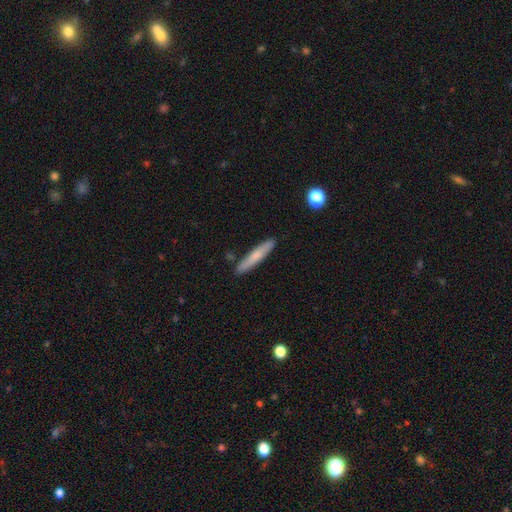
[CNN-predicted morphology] Smooth or featured?
  - smooth: 68% *
  - featured or disk: 26%
  - star or artifact: 6%
How rounded?
  - cigar-shaped: 92% *
  - in between: 6%
  - round: 1%
Merging?
  - none: 87% *
  - minor disturbance: 9%
  - merger: 2%
  - major disturbance: 2%